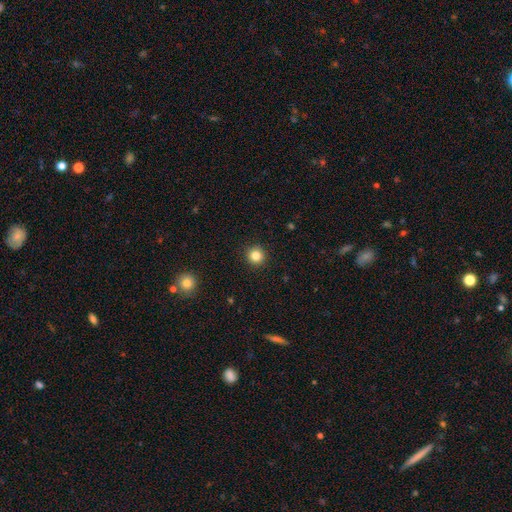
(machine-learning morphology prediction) Smooth or featured? smooth (83%)
How rounded? round (95%)
Merging? none (92%)